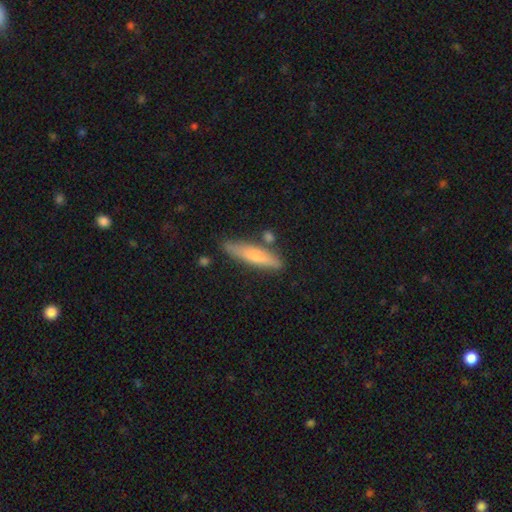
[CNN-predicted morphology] A smooth galaxy with no disk features (67%) that is cigar-shaped (84%).

Vote fractions:
- Smooth or featured? smooth: 67% / featured or disk: 27% / star or artifact: 6%
- How rounded? cigar-shaped: 84% / in between: 15% / round: 2%
- Merging? none: 76% / minor disturbance: 14% / merger: 7% / major disturbance: 3%